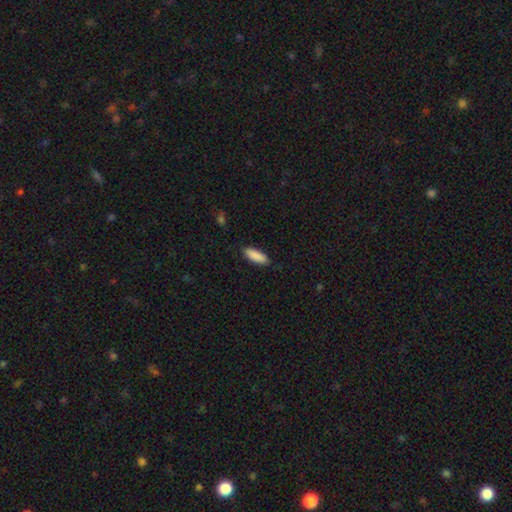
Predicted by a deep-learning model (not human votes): A smooth galaxy with no disk features (90%) that is in between round and cigar-shaped (60%).

Vote fractions:
- Smooth or featured? smooth: 90% / star or artifact: 6% / featured or disk: 5%
- How rounded? in between: 60% / cigar-shaped: 38% / round: 2%
- Merging? none: 87% / minor disturbance: 10% / major disturbance: 2% / merger: 1%